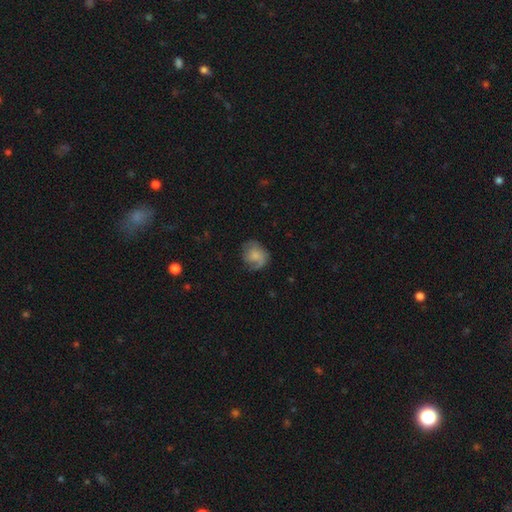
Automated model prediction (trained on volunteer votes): Smooth or featured? Predicted: smooth (p=0.54). How rounded? Predicted: round (p=0.69). Merging? Predicted: none (p=0.61).